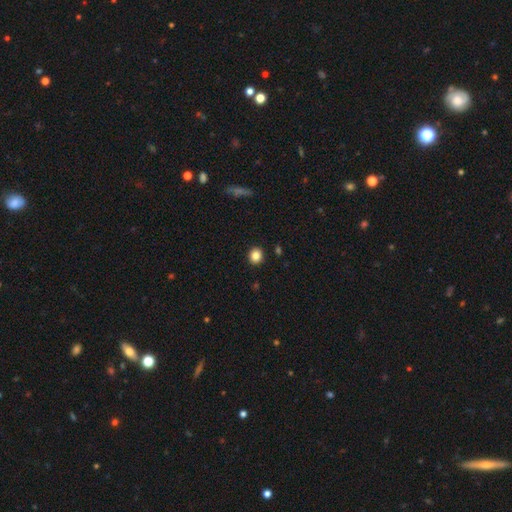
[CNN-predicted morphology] smooth 84%, star or artifact 10%, featured or disk 6%. Down the decision tree: how rounded — round (79%); merging — none (92%).